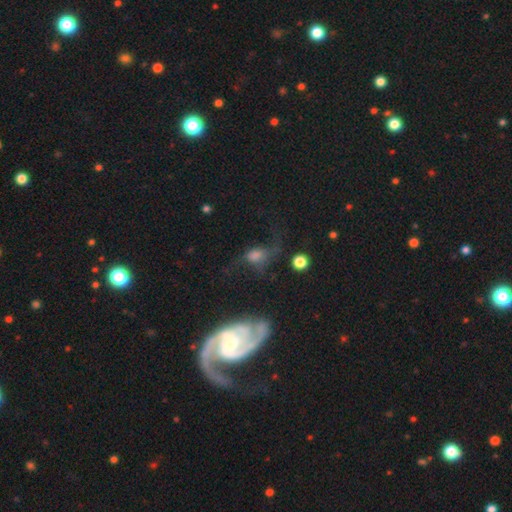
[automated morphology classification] type=featured or disk (55%); edge-on=no (91%); merging=none (46%).